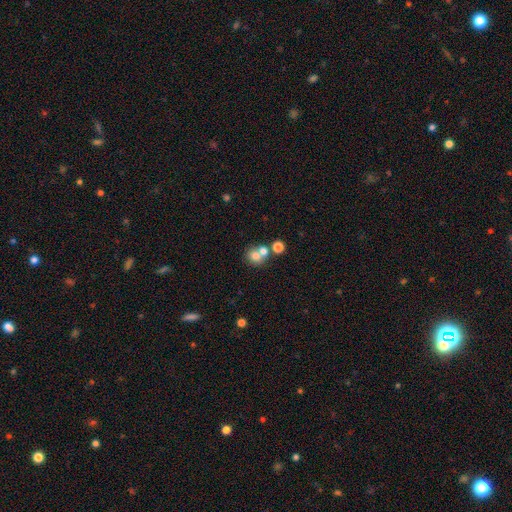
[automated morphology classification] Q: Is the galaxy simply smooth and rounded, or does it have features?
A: smooth — 71%.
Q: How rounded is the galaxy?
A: round — 82%.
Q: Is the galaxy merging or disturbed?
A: none — 46%.